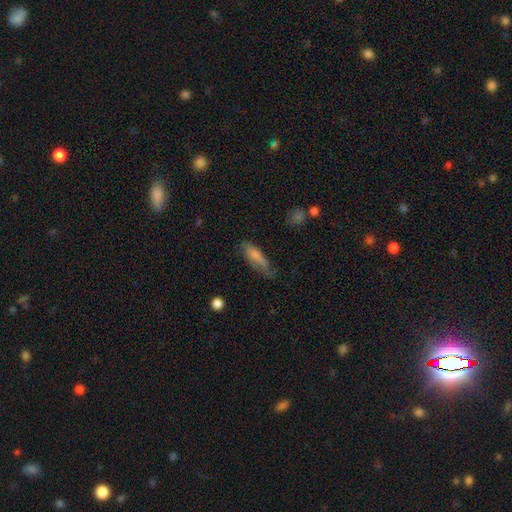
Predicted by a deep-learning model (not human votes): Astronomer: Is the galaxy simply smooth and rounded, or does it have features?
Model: smooth — 71%.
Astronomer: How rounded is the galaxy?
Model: cigar-shaped — 53% (runner-up: in between, 45%).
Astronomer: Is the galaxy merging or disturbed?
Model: none — 50% (runner-up: minor disturbance, 32%).